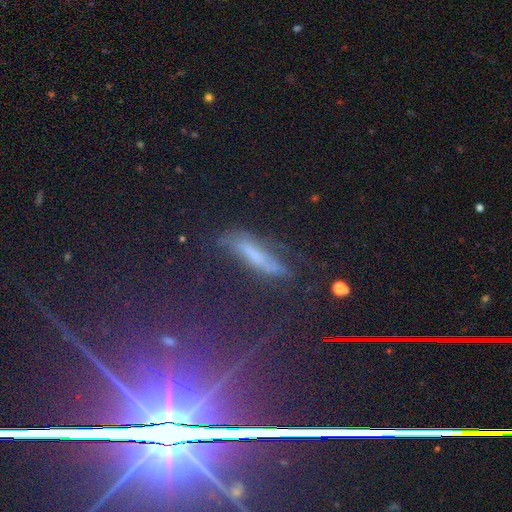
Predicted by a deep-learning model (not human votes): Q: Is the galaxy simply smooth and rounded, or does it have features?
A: smooth — 40%.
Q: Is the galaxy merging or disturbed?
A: none — 61%.